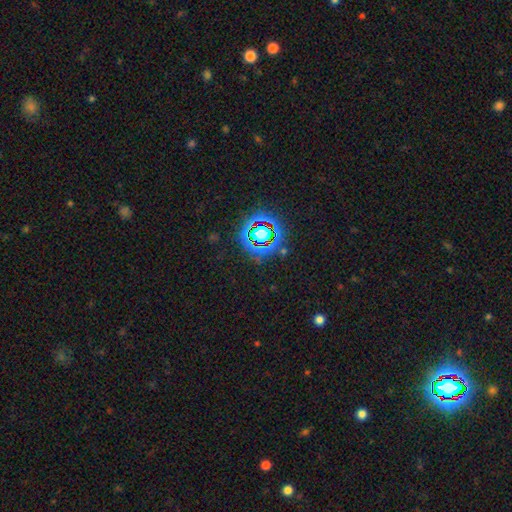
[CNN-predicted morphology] A star or artifact, not a galaxy (78%).

Vote fractions:
- Smooth or featured? star or artifact: 78% / smooth: 13% / featured or disk: 9%